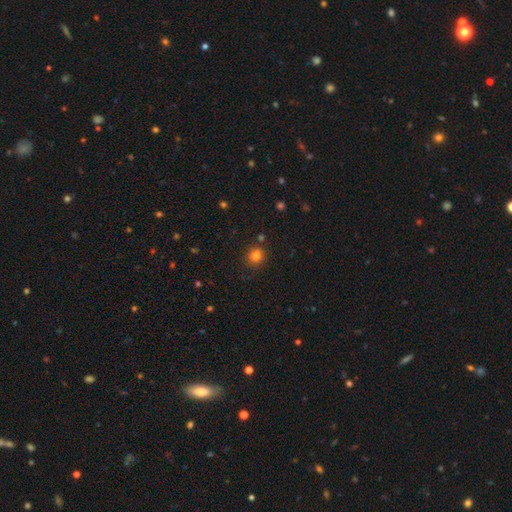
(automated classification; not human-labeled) This is clearly a smooth galaxy (81%). How rounded: clearly round (85%). Merging: clearly none (83%).